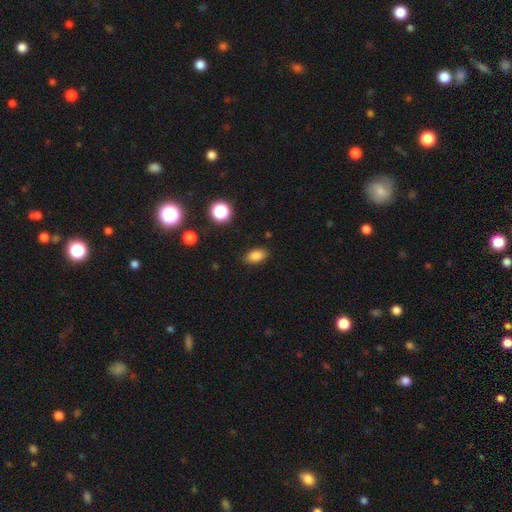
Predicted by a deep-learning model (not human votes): Smooth or featured: smooth — 84% (star or artifact — 11%)
How rounded: in between — 89% (round — 8%)
Merging: none — 86% (minor disturbance — 10%)